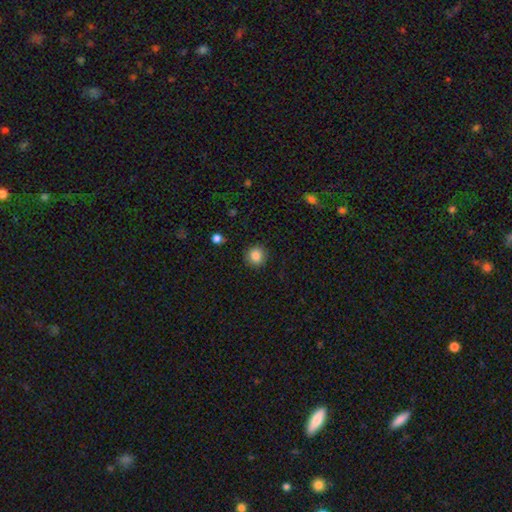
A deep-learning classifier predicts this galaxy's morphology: Smooth or featured?
  - smooth: 86% *
  - star or artifact: 10%
  - featured or disk: 4%
How rounded?
  - round: 92% *
  - in between: 7%
  - cigar-shaped: 1%
Merging?
  - none: 90% *
  - minor disturbance: 7%
  - major disturbance: 2%
  - merger: 1%